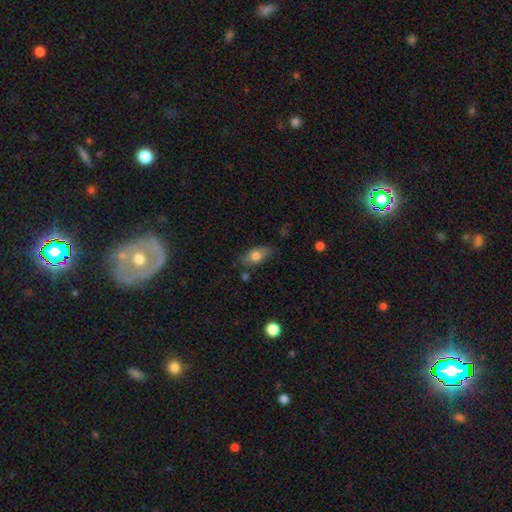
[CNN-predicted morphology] This is likely a smooth galaxy (74%). How rounded: clearly in between (88%). Merging: likely none (74%).